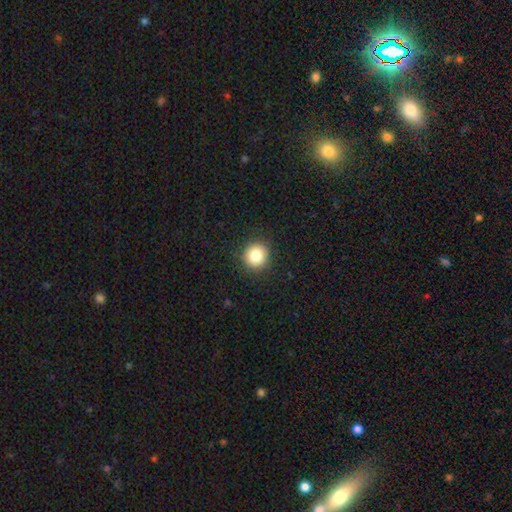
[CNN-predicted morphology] The model was most divided on "smooth or featured": smooth: 85%, star or artifact: 10%, featured or disk: 5%. More confident: merging — none (91%); how rounded — round (90%).